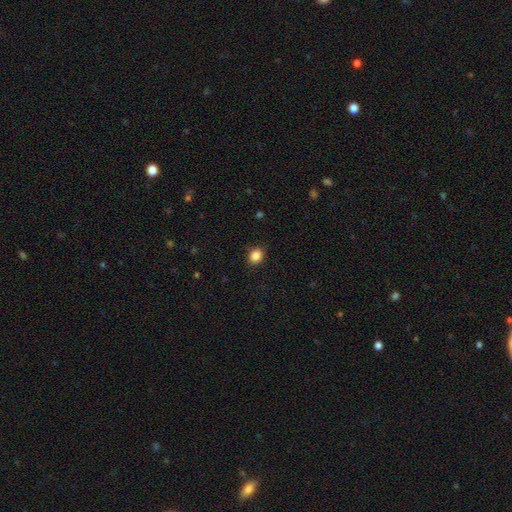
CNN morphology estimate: Smooth or featured?
  - smooth: 86% *
  - star or artifact: 10%
  - featured or disk: 4%
How rounded?
  - round: 53% *
  - in between: 46%
  - cigar-shaped: 1%
Merging?
  - none: 87% *
  - minor disturbance: 10%
  - major disturbance: 2%
  - merger: 1%